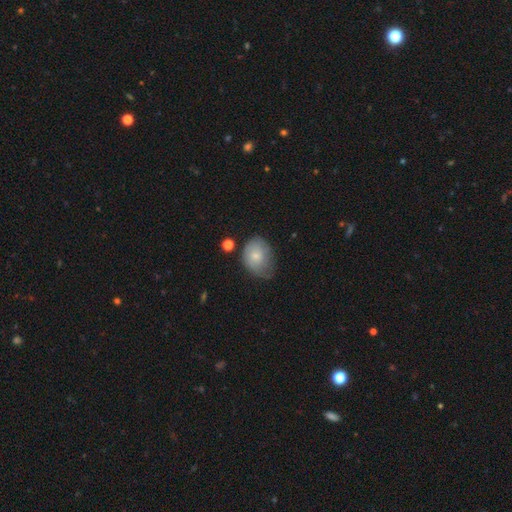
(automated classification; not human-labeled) smooth-or-featured: smooth: 74% | featured or disk: 18% | star or artifact: 8%
  how-rounded: in between: 62% | round: 37% | cigar-shaped: 1%
  merging: none: 43% | minor disturbance: 39% | major disturbance: 15% | merger: 3%